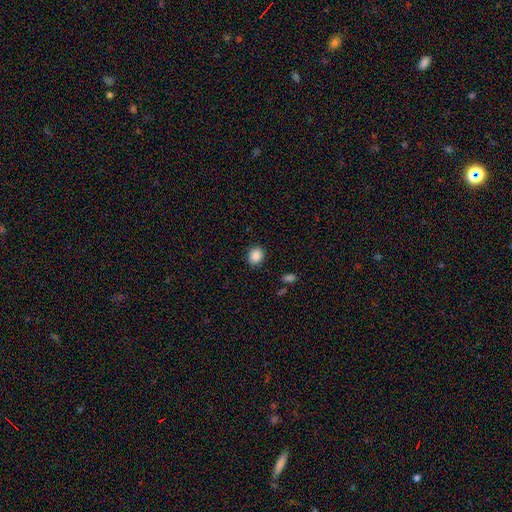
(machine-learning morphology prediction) A smooth galaxy with no disk features (88%) that is round (74%). Merging: none (89%).